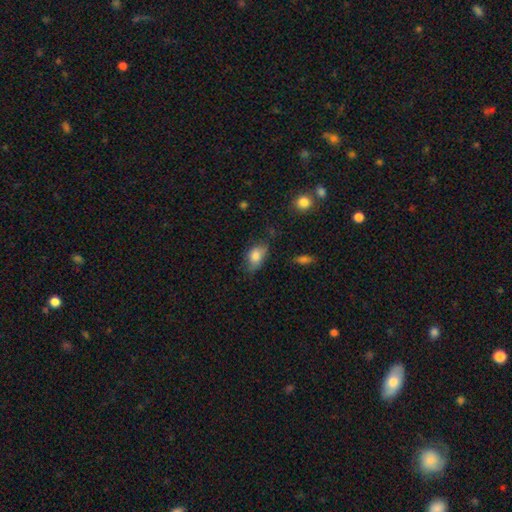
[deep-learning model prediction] Smooth or featured?
  - smooth: 80% *
  - featured or disk: 12%
  - star or artifact: 8%
How rounded?
  - in between: 86% *
  - round: 12%
  - cigar-shaped: 2%
Merging?
  - none: 54% *
  - minor disturbance: 33%
  - major disturbance: 11%
  - merger: 3%